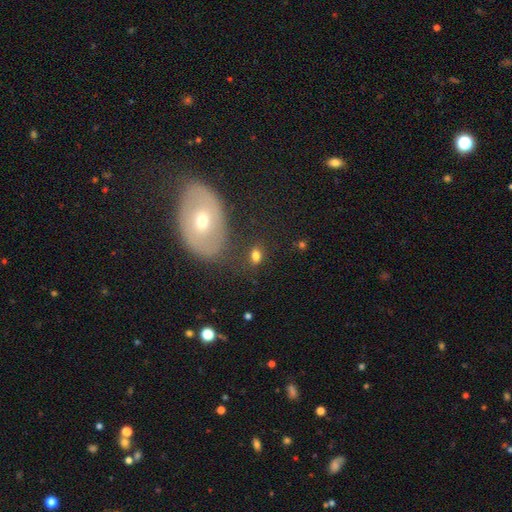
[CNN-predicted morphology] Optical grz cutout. It shows a smooth galaxy with no disk features (76%) that is in between round and cigar-shaped (72%). Merging: none (70%).